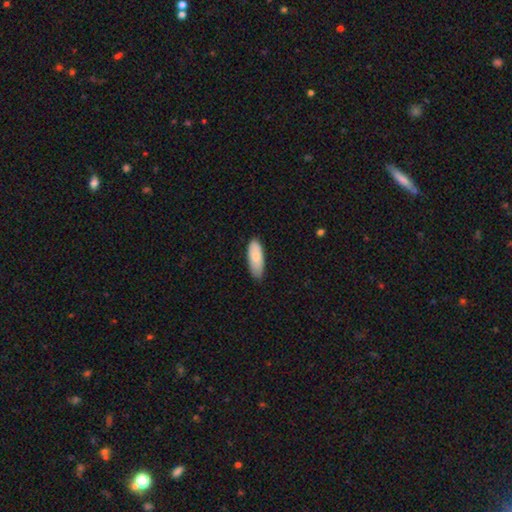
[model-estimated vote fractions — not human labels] Smooth or featured? smooth (81%)
How rounded? in between (76%)
Merging? none (74%)